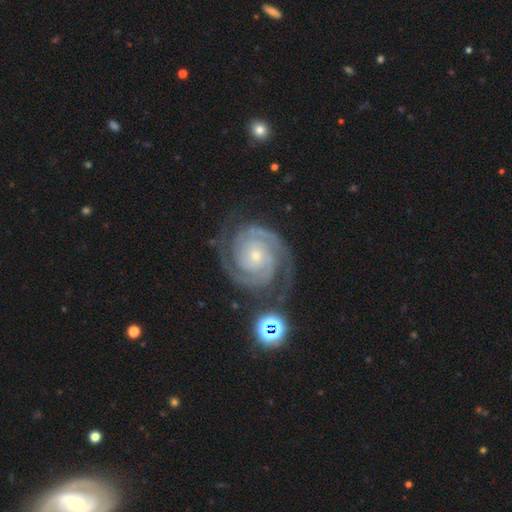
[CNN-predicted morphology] A featured or disk galaxy (92%) with no bar (76%), 2 (76%) tight (76%) spiral arms (99%) and a small central bulge (76%). Merging: none (76%).